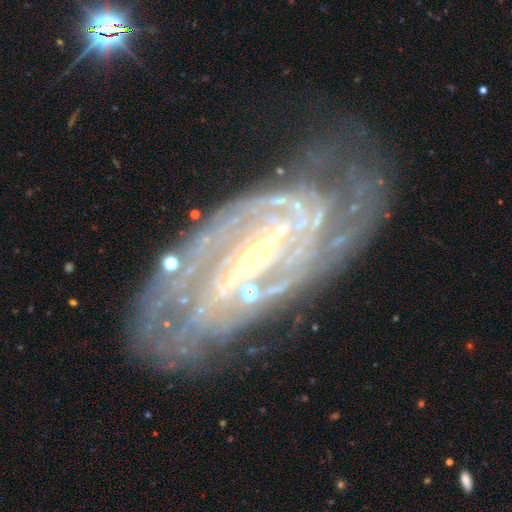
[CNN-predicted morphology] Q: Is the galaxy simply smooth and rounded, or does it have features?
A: featured or disk — 89%.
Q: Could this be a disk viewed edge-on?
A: no — 94%.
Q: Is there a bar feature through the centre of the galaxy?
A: strong — 49%.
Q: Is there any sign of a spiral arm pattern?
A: yes — 94%.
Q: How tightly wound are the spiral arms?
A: tight — 61%.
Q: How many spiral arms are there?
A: can't tell — 33%.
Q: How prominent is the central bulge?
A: small — 79%.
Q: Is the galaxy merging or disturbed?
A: none — 65%.